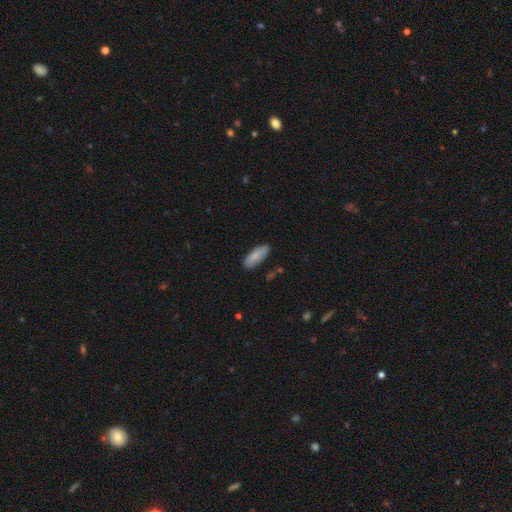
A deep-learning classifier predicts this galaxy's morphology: A smooth galaxy with no disk features (84%) that is in between round and cigar-shaped (74%). Merging: none (85%).